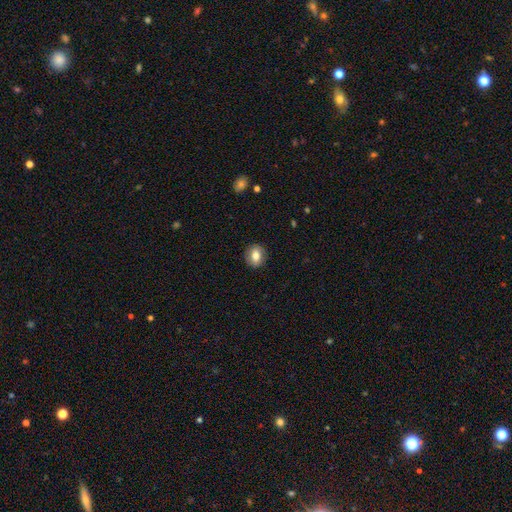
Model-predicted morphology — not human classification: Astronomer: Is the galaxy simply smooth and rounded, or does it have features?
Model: smooth — 76%.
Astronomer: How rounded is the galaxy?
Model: round — 66%.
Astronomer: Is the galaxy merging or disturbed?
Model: none — 88%.